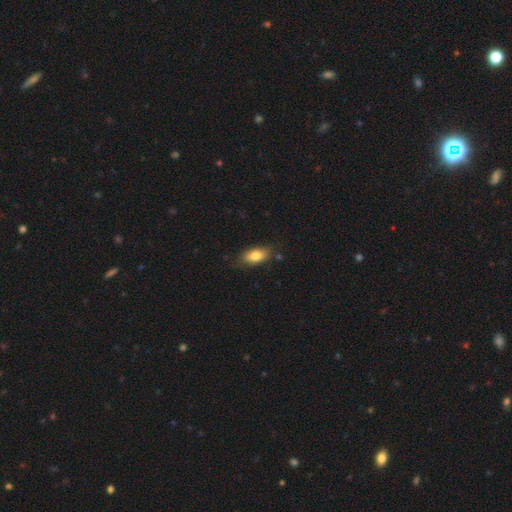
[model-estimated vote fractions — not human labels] smooth_or_featured: smooth (p=0.79) [alt: featured or disk p=0.13]
how_rounded: in between (p=0.87) [alt: cigar-shaped p=0.08]
merging: none (p=0.77) [alt: minor disturbance p=0.18]